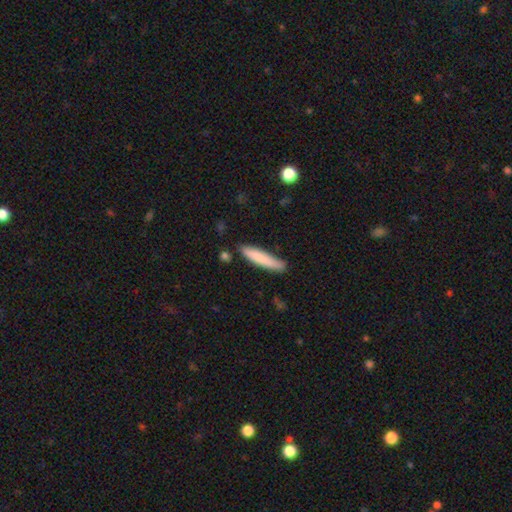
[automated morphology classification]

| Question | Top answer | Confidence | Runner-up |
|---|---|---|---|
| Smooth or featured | smooth | 80% | featured or disk (14%) |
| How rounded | cigar-shaped | 89% | in between (10%) |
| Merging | none | 81% | minor disturbance (14%) |